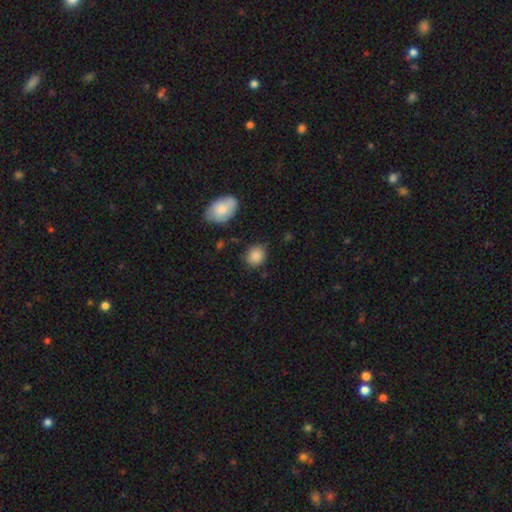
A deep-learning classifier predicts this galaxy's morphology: type=smooth (87%); roundness=round (72%); merging=none (74%).